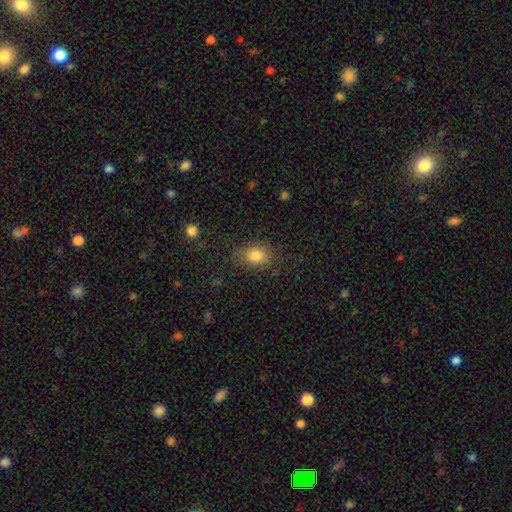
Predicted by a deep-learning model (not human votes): This is clearly a smooth galaxy (82%). How rounded: likely in between (71%). Merging: likely none (77%).